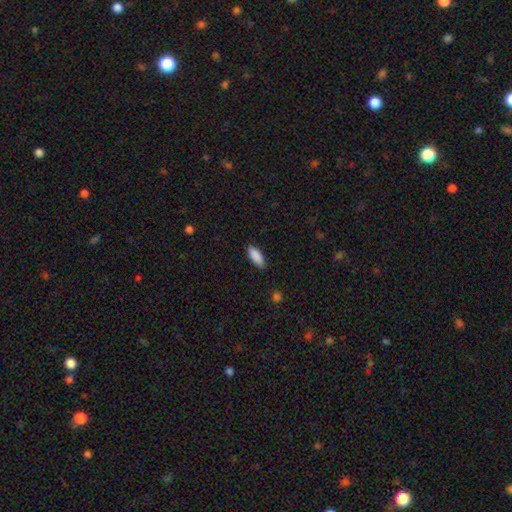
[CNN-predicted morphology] smooth-or-featured: smooth: 90% | star or artifact: 6% | featured or disk: 4%
  how-rounded: in between: 77% | cigar-shaped: 21% | round: 2%
  merging: none: 86% | minor disturbance: 11% | major disturbance: 2% | merger: 1%